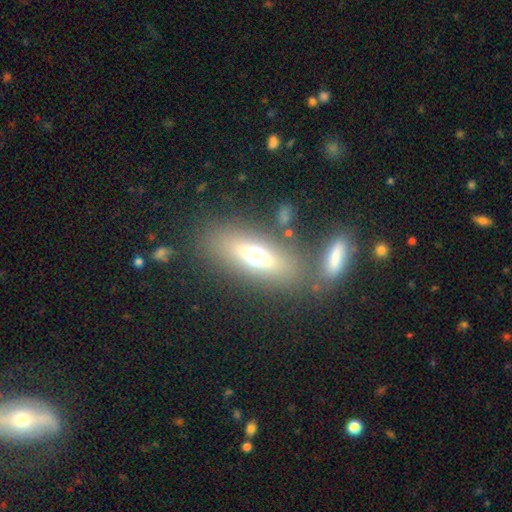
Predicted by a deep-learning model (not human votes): Smooth or featured?
  - smooth: 57% *
  - featured or disk: 28%
  - star or artifact: 15%
How rounded?
  - in between: 69% *
  - cigar-shaped: 23%
  - round: 8%
Merging?
  - none: 74% *
  - minor disturbance: 10%
  - merger: 9%
  - major disturbance: 7%